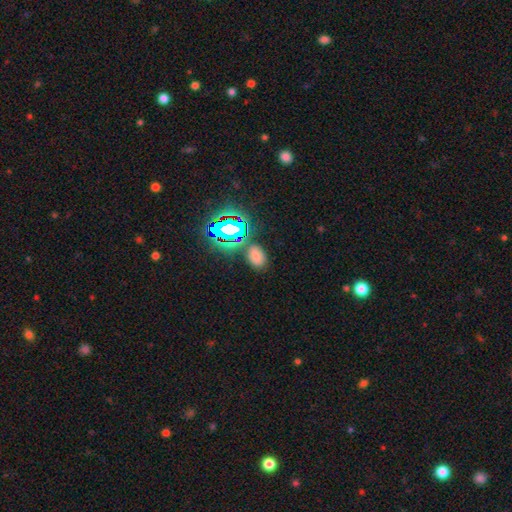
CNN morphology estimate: A smooth galaxy with no disk features (63%) that is in between round and cigar-shaped (82%). Merging: none (78%).